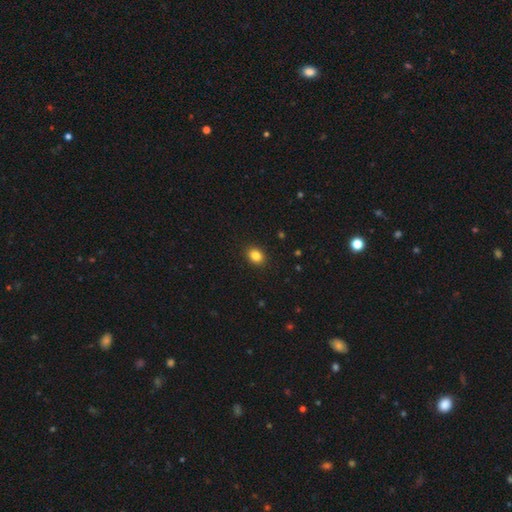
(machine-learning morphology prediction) type=smooth (84%); roundness=round (50%); merging=none (91%).